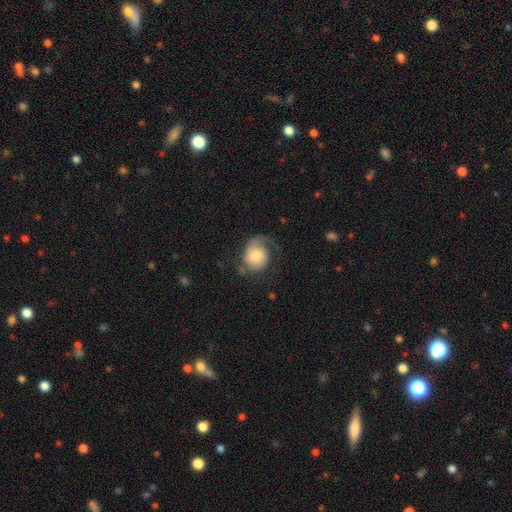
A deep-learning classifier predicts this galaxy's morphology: This appears to be a featured or disk galaxy (51%). Merging: none (44%).